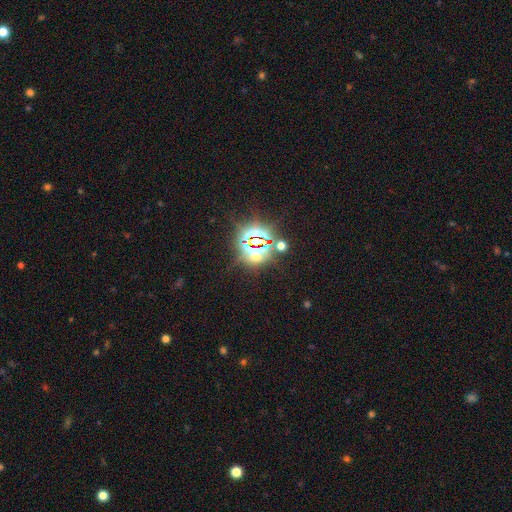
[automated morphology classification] star or artifact 78%, smooth 14%, featured or disk 8%.